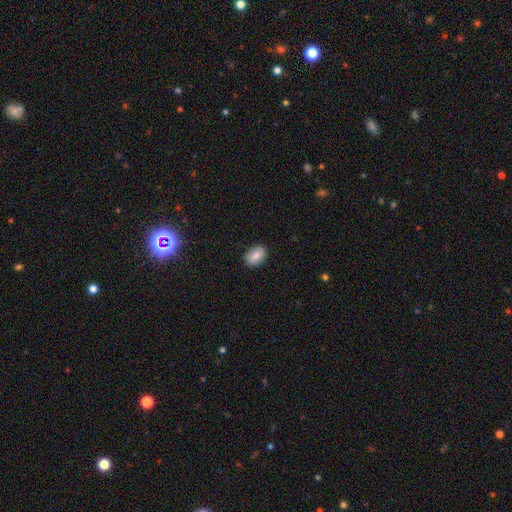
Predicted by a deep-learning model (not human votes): Smooth or featured? Predicted: smooth (p=0.85). How rounded? Predicted: in between (p=0.89). Merging? Predicted: none (p=0.88).